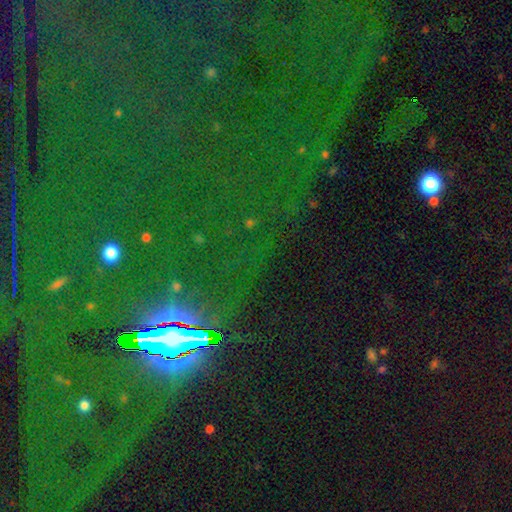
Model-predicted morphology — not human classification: This appears to be a star or artifact, not a galaxy (85%).